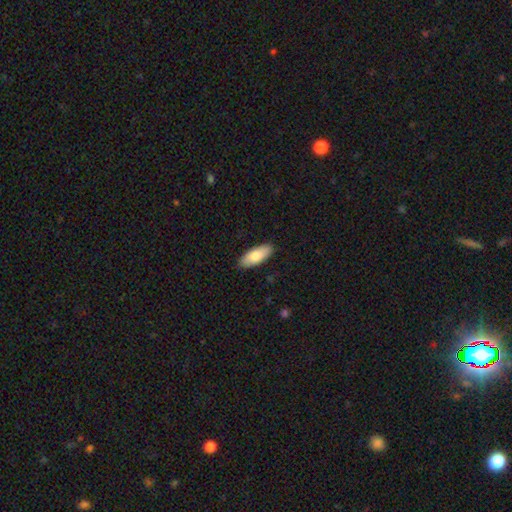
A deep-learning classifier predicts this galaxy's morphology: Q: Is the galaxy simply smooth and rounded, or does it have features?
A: smooth — 84%.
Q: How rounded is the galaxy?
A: in between — 84%.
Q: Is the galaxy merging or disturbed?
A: none — 88%.